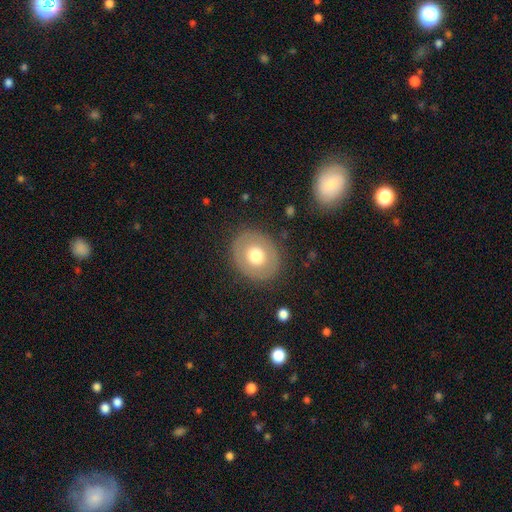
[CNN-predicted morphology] Smooth or featured? Predicted: smooth (p=0.60). How rounded? Predicted: round (p=0.67). Merging? Predicted: none (p=0.86).